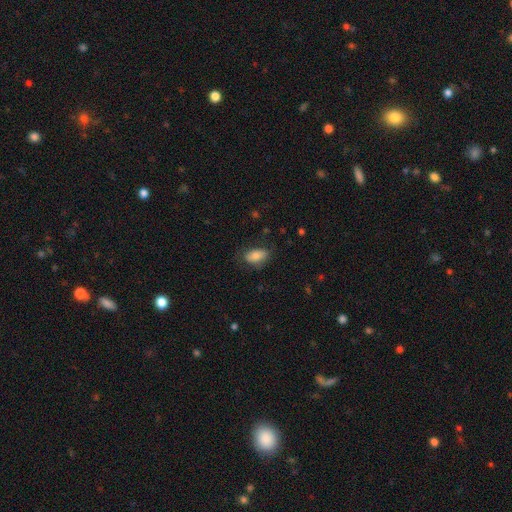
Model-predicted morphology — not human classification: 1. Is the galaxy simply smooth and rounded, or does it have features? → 77% smooth, 16% featured or disk, 8% star or artifact.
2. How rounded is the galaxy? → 90% in between, 7% round, 3% cigar-shaped.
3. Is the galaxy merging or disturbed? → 70% none, 21% minor disturbance, 8% major disturbance, 1% merger.